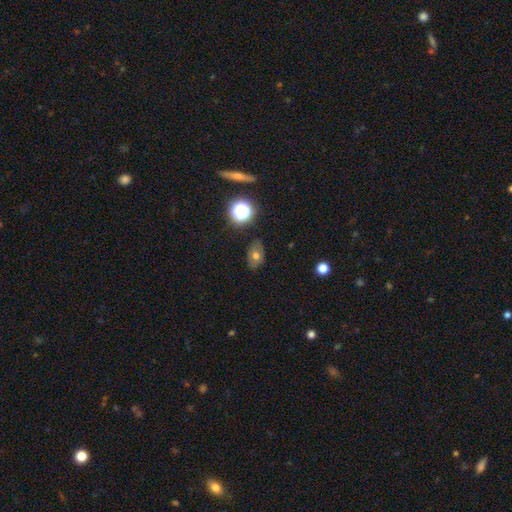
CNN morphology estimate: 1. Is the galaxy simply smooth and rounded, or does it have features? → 63% smooth, 20% featured or disk, 17% star or artifact.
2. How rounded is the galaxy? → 78% in between, 21% round, 2% cigar-shaped.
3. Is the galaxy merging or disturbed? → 79% none, 16% minor disturbance, 4% major disturbance, 2% merger.